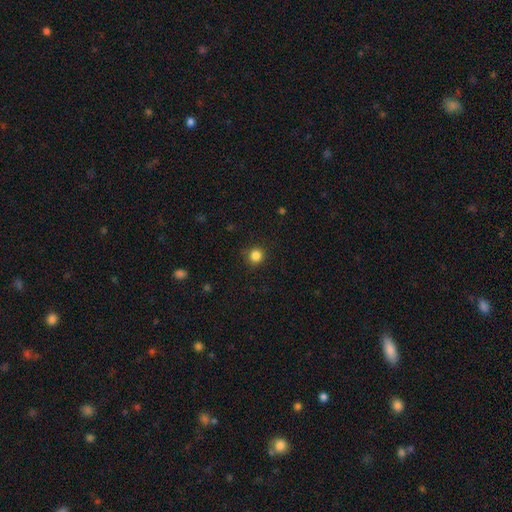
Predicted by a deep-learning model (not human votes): Overall: smooth (84%). How rounded: round (93%). Merging: none (89%).